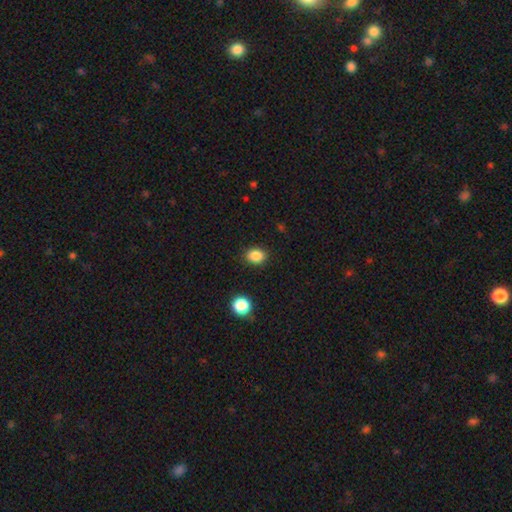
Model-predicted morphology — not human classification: Smooth or featured?
  - smooth: 86% *
  - star or artifact: 10%
  - featured or disk: 4%
How rounded?
  - in between: 51% *
  - round: 48%
  - cigar-shaped: 1%
Merging?
  - none: 89% *
  - minor disturbance: 8%
  - major disturbance: 2%
  - merger: 1%